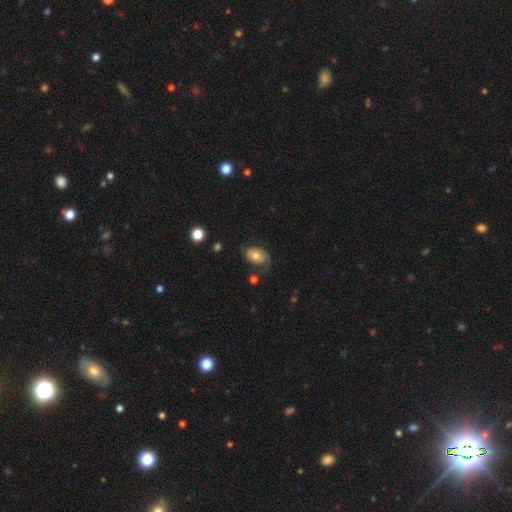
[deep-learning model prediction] featured or disk 54%, smooth 39%, star or artifact 8%. Down the decision tree: edge-on disk — no (95%); bar — no (79%); spiral arms — yes (75%); bulge size — moderate (71%); merging — none (52%).